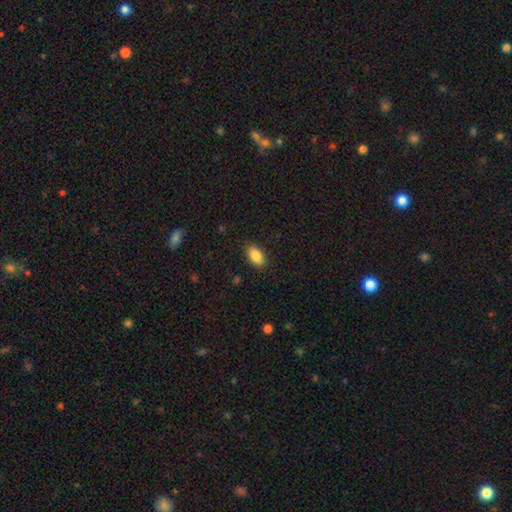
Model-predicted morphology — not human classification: Q: Smooth or featured?
A: smooth (86%); runner-up: star or artifact (8%)
Q: How rounded?
A: in between (91%); runner-up: round (6%)
Q: Merging?
A: none (87%); runner-up: minor disturbance (10%)